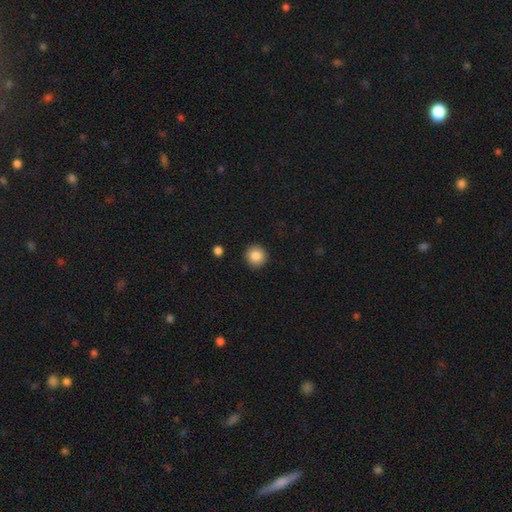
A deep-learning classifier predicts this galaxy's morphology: Smooth or featured? Predicted: smooth (p=0.86). How rounded? Predicted: round (p=0.94). Merging? Predicted: none (p=0.92).